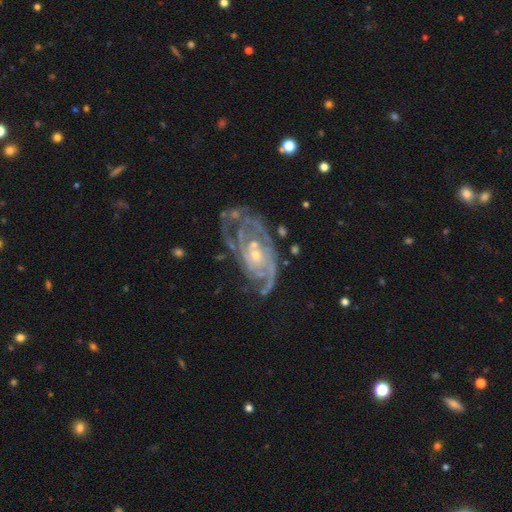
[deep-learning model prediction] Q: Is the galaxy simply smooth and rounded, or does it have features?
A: featured or disk — 89%.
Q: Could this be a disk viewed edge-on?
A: no — 96%.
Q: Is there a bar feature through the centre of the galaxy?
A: no — 74%.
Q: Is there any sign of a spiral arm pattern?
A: yes — 94%.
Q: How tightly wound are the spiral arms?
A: tight — 56%.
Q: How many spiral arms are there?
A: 2 — 33%.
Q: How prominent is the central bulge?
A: small — 67%.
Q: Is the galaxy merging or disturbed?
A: none — 54%.